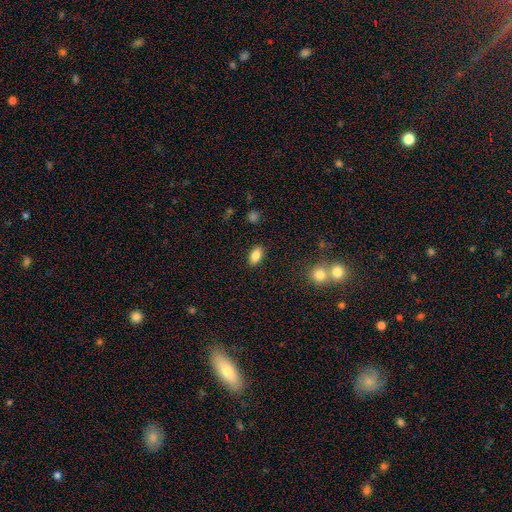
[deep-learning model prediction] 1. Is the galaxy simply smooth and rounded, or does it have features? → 84% smooth, 9% star or artifact, 7% featured or disk.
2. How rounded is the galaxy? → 90% in between, 7% round, 4% cigar-shaped.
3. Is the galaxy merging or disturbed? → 88% none, 8% minor disturbance, 2% major disturbance, 1% merger.